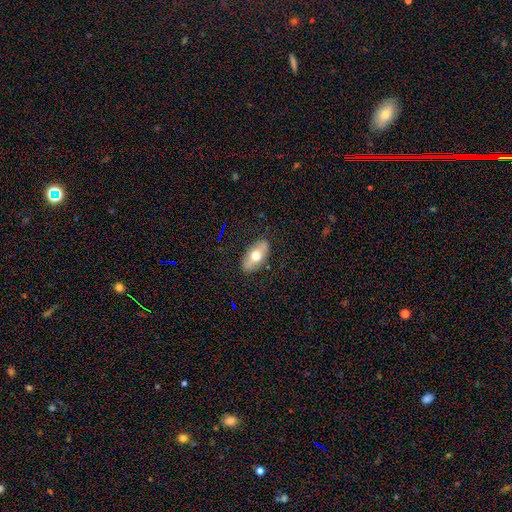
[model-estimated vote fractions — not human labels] smooth_or_featured: smooth (p=0.60) [alt: featured or disk p=0.34]
how_rounded: in between (p=0.91) [alt: round p=0.05]
merging: none (p=0.85) [alt: minor disturbance p=0.11]